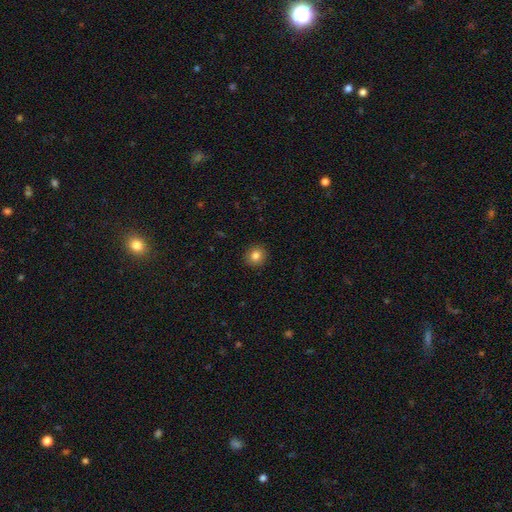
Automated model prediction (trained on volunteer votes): Smooth or featured? smooth (83%)
How rounded? round (90%)
Merging? none (92%)